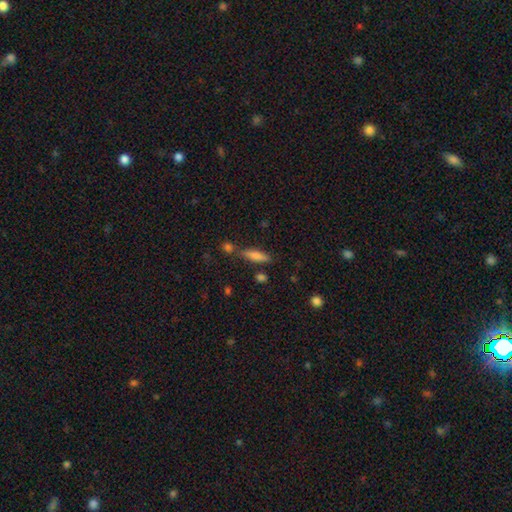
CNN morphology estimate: Smooth or featured? Predicted: smooth (p=0.67). How rounded? Predicted: cigar-shaped (p=0.73). Merging? Predicted: none (p=0.73).